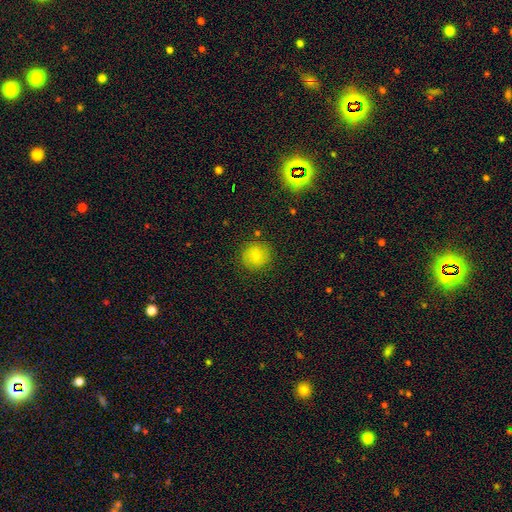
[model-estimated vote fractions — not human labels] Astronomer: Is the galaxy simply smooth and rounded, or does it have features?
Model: smooth — 80%.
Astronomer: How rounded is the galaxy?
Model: round — 91%.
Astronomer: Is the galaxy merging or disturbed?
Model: none — 86%.